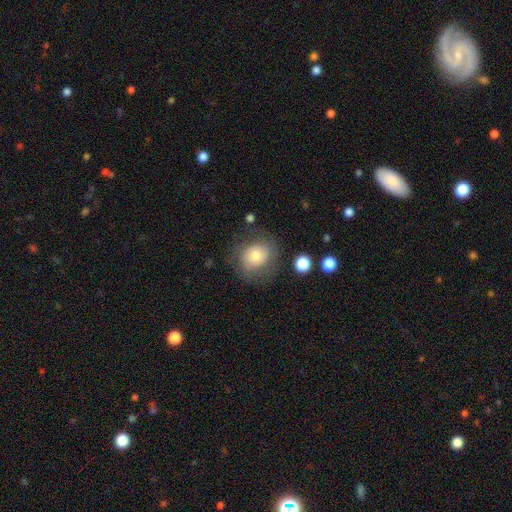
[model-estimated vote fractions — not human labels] A smooth galaxy with no disk features (62%) that is round (68%). Merging: none (67%).